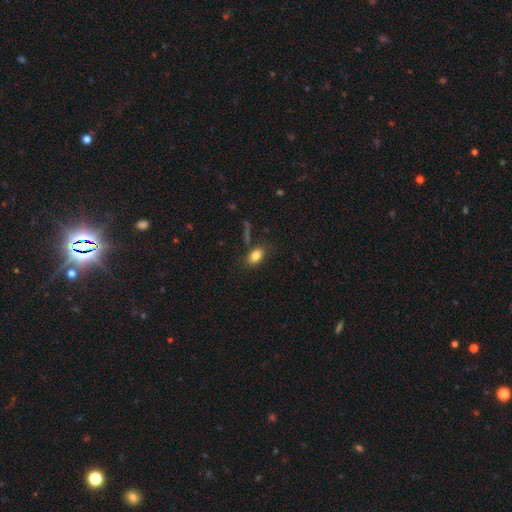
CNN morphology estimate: This appears to be a smooth galaxy with no disk features (83%) that is in between round and cigar-shaped (82%). Merging: none (76%).